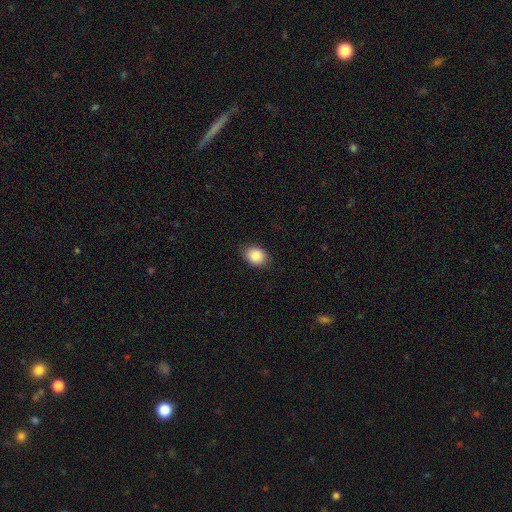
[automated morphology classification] This is clearly a smooth galaxy (88%). How rounded: likely in between (63%). Merging: clearly none (83%).